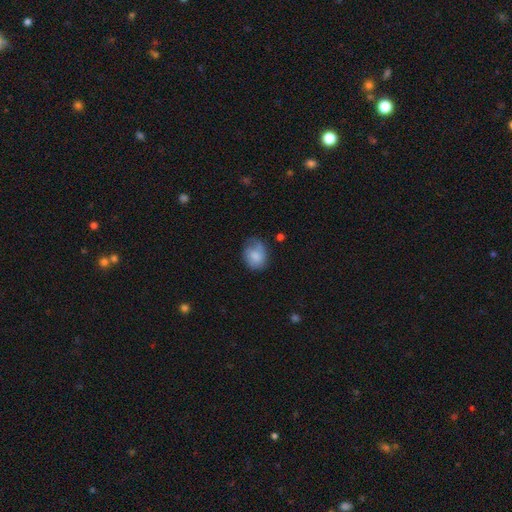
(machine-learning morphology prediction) Overall: smooth (67%). How rounded: in between (53%; round 46%). Merging: none (52%; minor disturbance 31%).